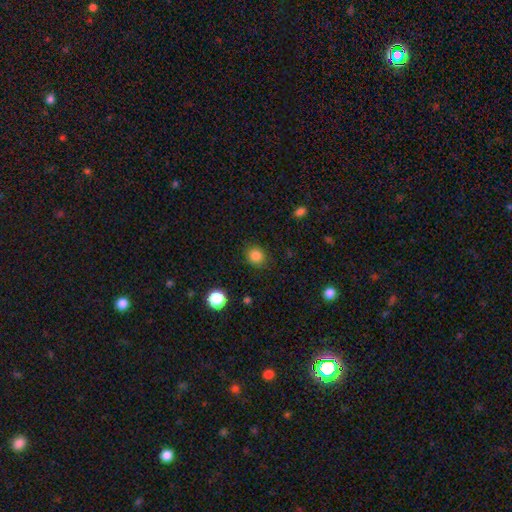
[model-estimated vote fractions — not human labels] A smooth galaxy with no disk features (84%) that is round (81%).

Vote fractions:
- Smooth or featured? smooth: 84% / star or artifact: 11% / featured or disk: 4%
- How rounded? round: 81% / in between: 18% / cigar-shaped: 1%
- Merging? none: 88% / minor disturbance: 9% / major disturbance: 3% / merger: 1%